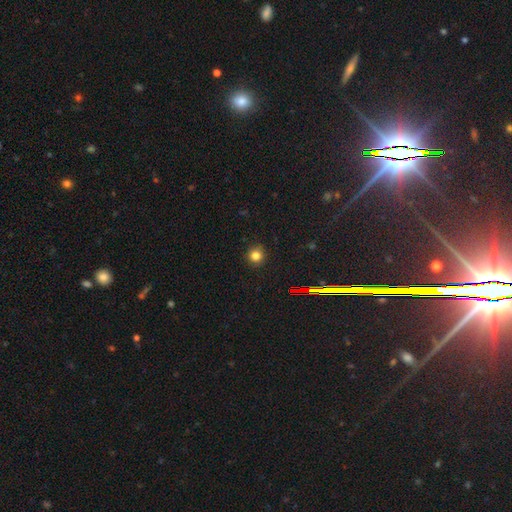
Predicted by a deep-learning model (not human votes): Smooth or featured? Predicted: smooth (p=0.80). How rounded? Predicted: round (p=0.92). Merging? Predicted: none (p=0.90).